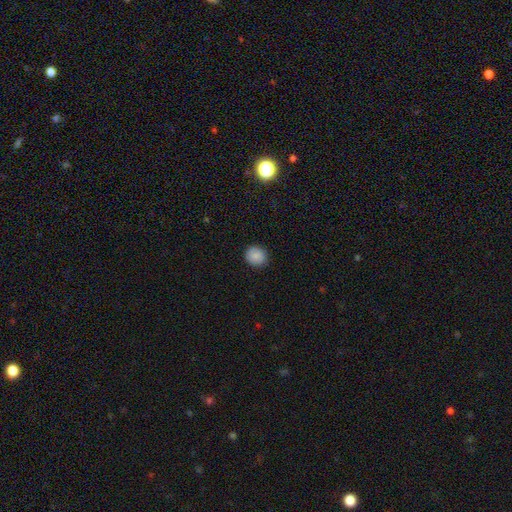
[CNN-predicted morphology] A smooth galaxy with no disk features (87%) that is round (84%). Merging: none (90%).